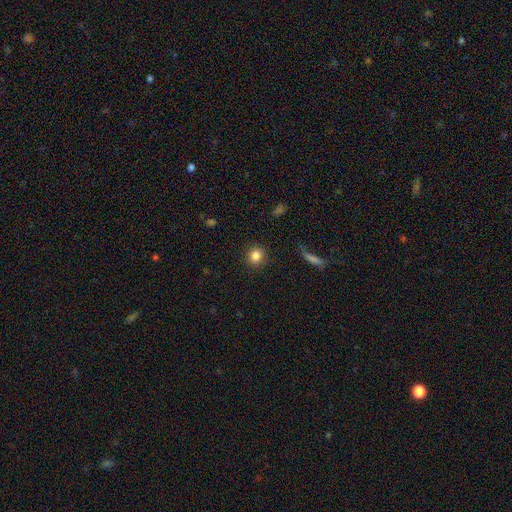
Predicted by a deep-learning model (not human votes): The model was most divided on "how rounded": round: 85%, in between: 14%, cigar-shaped: 1%. More confident: merging — none (90%); smooth or featured — smooth (84%).